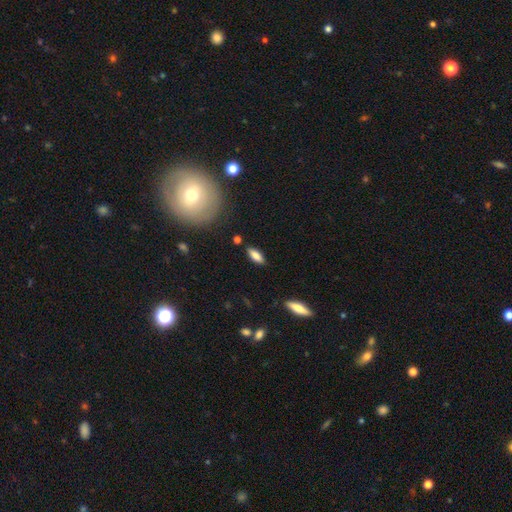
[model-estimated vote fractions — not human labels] Smooth or featured?
  - smooth: 78% *
  - featured or disk: 15%
  - star or artifact: 7%
How rounded?
  - in between: 69% *
  - cigar-shaped: 28%
  - round: 3%
Merging?
  - none: 84% *
  - minor disturbance: 11%
  - major disturbance: 3%
  - merger: 2%